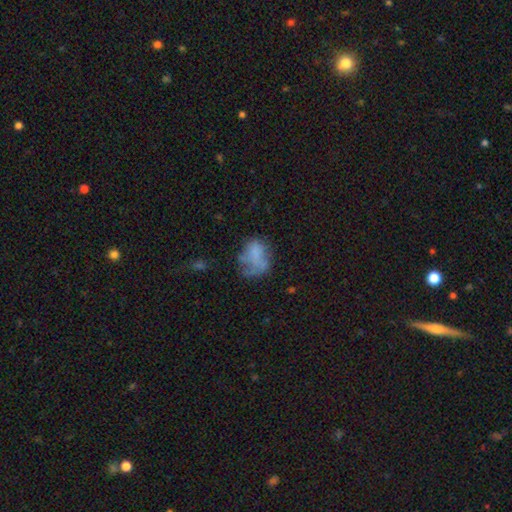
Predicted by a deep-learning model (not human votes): A smooth galaxy with no disk features (55%) that is in between round and cigar-shaped (70%).

Vote fractions:
- Smooth or featured? smooth: 55% / featured or disk: 32% / star or artifact: 13%
- How rounded? in between: 70% / round: 29% / cigar-shaped: 2%
- Merging? major disturbance: 36% / none: 31% / minor disturbance: 26% / merger: 7%